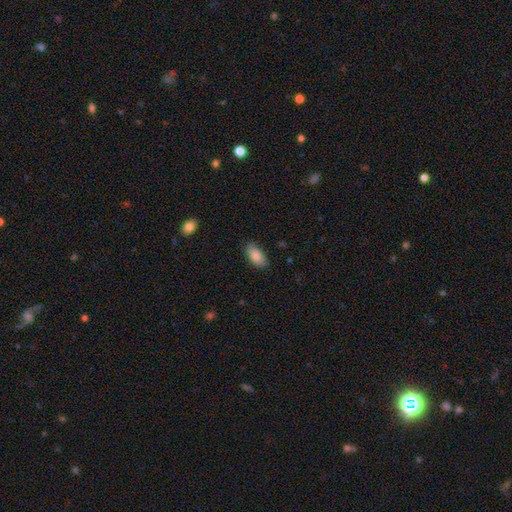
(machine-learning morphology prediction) A smooth galaxy with no disk features (87%) that is in between round and cigar-shaped (92%). Merging: none (81%).